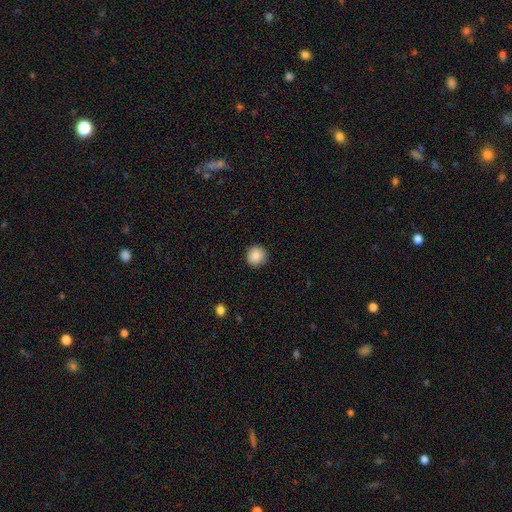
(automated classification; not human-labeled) This is clearly a smooth galaxy (88%). How rounded: clearly round (94%). Merging: clearly none (90%).